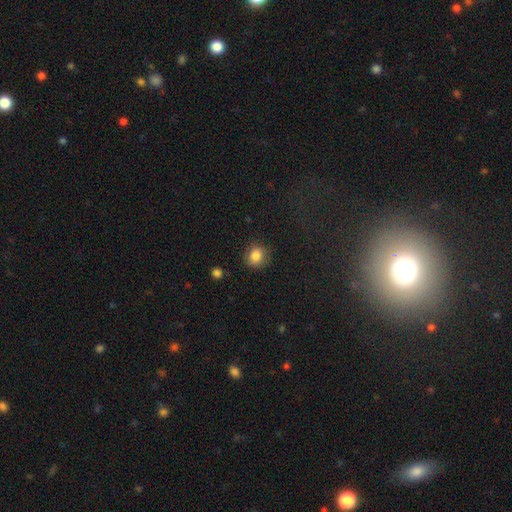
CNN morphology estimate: A smooth galaxy with no disk features (85%) that is round (73%). Merging: none (82%).